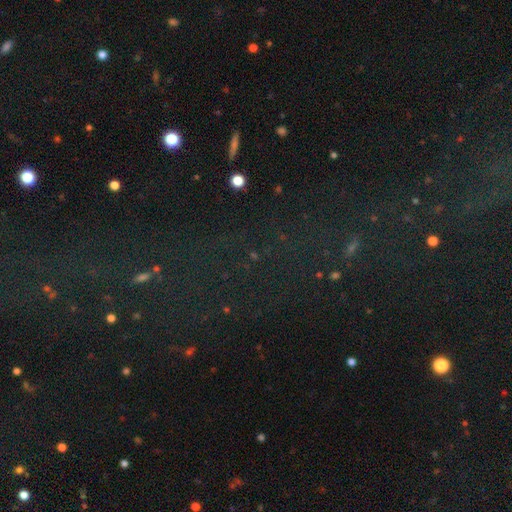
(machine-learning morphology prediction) Smooth or featured?
  - star or artifact: 70% *
  - smooth: 16%
  - featured or disk: 14%